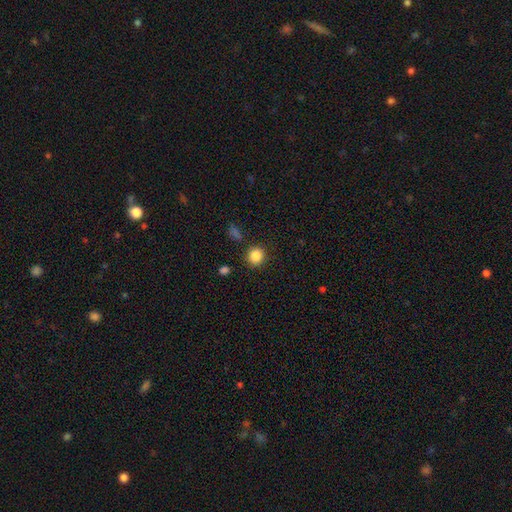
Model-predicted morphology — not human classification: A smooth galaxy with no disk features (86%) that is round (89%).

Vote fractions:
- Smooth or featured? smooth: 86% / star or artifact: 10% / featured or disk: 4%
- How rounded? round: 89% / in between: 10% / cigar-shaped: 1%
- Merging? none: 88% / minor disturbance: 7% / merger: 2% / major disturbance: 2%